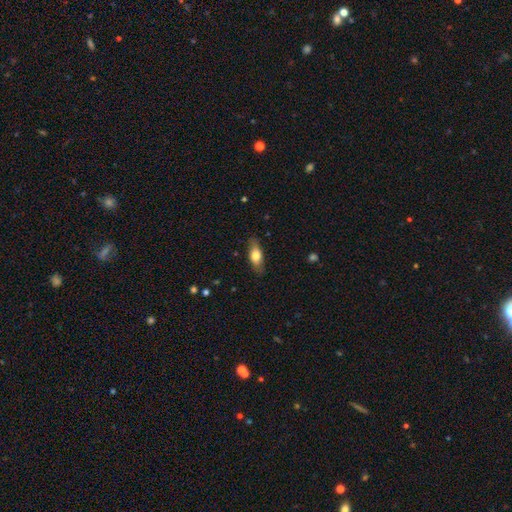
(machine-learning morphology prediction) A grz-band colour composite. It shows a smooth galaxy with no disk features (69%) that is in between round and cigar-shaped (70%). Merging: none (83%).